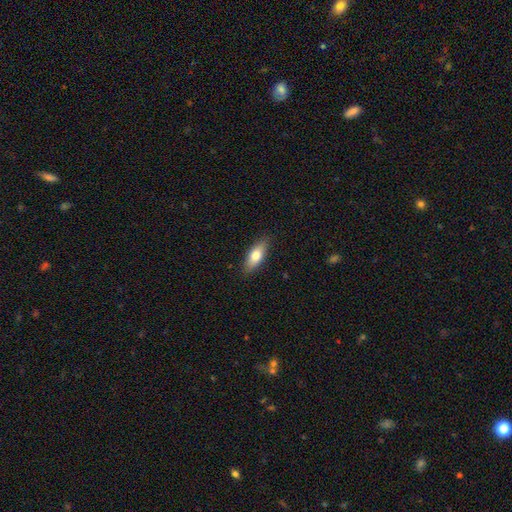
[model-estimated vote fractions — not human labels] smooth_or_featured: smooth (p=0.76) [alt: featured or disk p=0.18]
how_rounded: in between (p=0.75) [alt: cigar-shaped p=0.23]
merging: none (p=0.86) [alt: minor disturbance p=0.11]